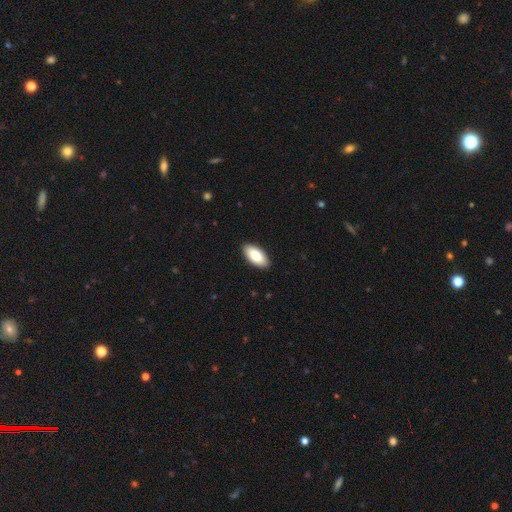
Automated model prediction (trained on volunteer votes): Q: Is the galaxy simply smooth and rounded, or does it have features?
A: smooth — 85%.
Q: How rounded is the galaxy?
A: in between — 93%.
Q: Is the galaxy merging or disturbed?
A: none — 90%.